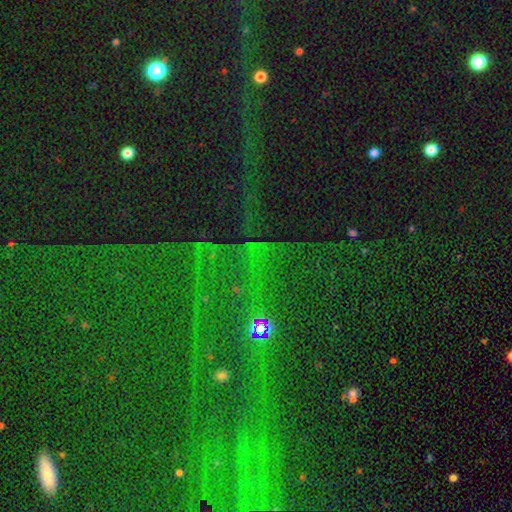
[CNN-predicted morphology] Smooth or featured? Predicted: star or artifact (p=0.81).